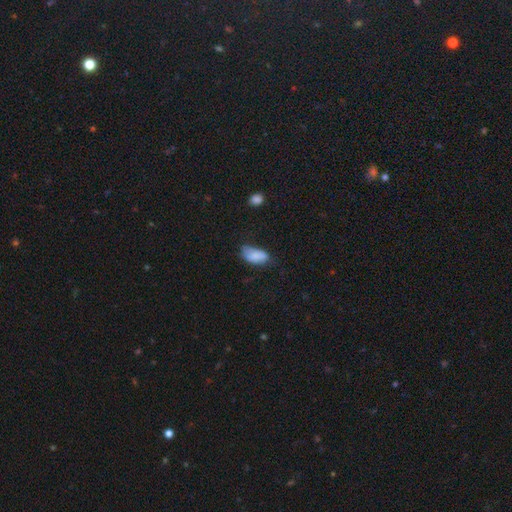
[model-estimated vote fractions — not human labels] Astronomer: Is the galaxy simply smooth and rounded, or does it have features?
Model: smooth — 81%.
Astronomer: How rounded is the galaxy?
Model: in between — 92%.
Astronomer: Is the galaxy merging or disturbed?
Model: none — 45% (runner-up: minor disturbance, 38%).